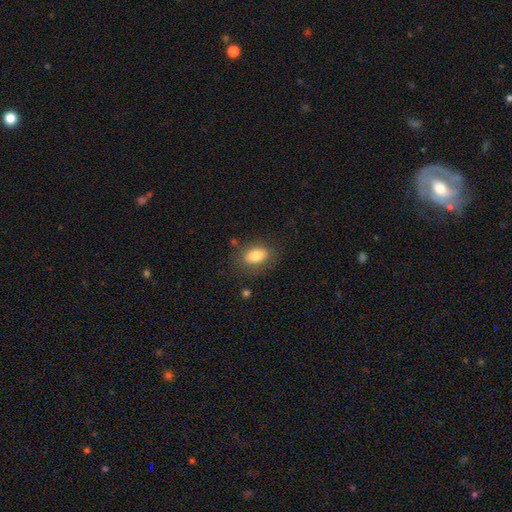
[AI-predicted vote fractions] Smooth or featured?
  - smooth: 80% *
  - featured or disk: 12%
  - star or artifact: 8%
How rounded?
  - in between: 84% *
  - round: 13%
  - cigar-shaped: 2%
Merging?
  - none: 78% *
  - minor disturbance: 15%
  - major disturbance: 5%
  - merger: 2%